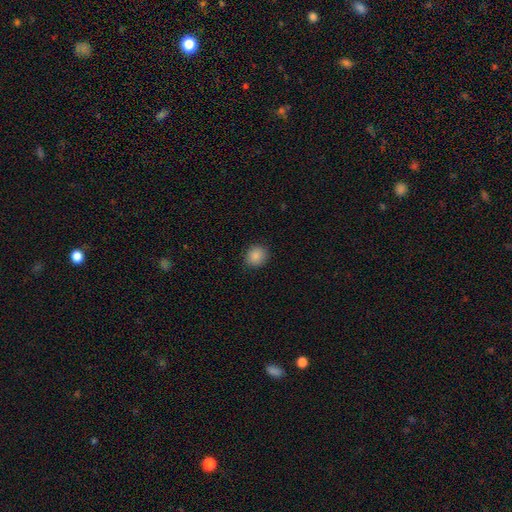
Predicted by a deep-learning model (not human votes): A smooth galaxy with no disk features (87%) that is round (78%). Merging: none (88%).